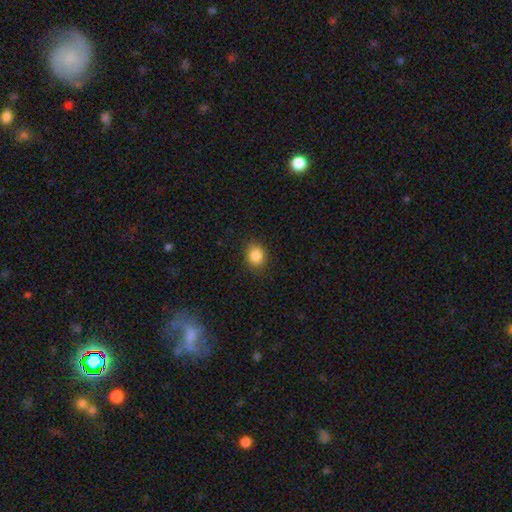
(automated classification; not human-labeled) smooth_or_featured: smooth (p=0.86) [alt: star or artifact p=0.10]
how_rounded: round (p=0.63) [alt: in between p=0.36]
merging: none (p=0.86) [alt: minor disturbance p=0.10]